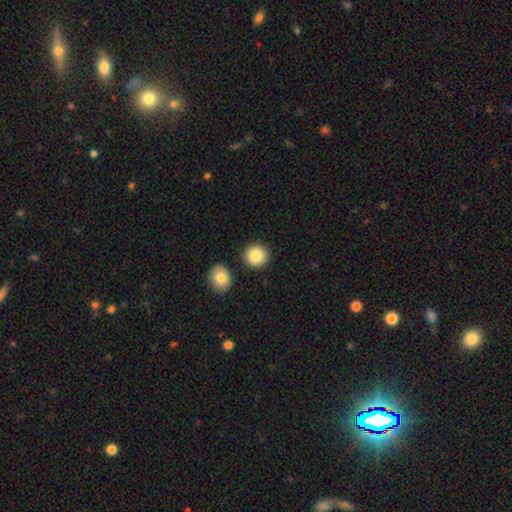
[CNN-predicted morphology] Smooth or featured? Predicted: smooth (p=0.86). How rounded? Predicted: round (p=0.89). Merging? Predicted: none (p=0.86).